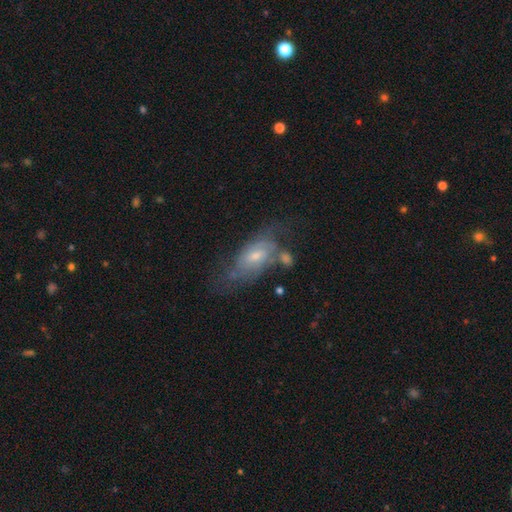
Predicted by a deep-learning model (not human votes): Overall: featured or disk (63%; smooth 28%). Edge-on disk: no (89%). Bar: no (51%; weak 41%). Spiral arms: yes (74%). Bulge size: small (48%; moderate 44%). Merging: none (43%; minor disturbance 23%).